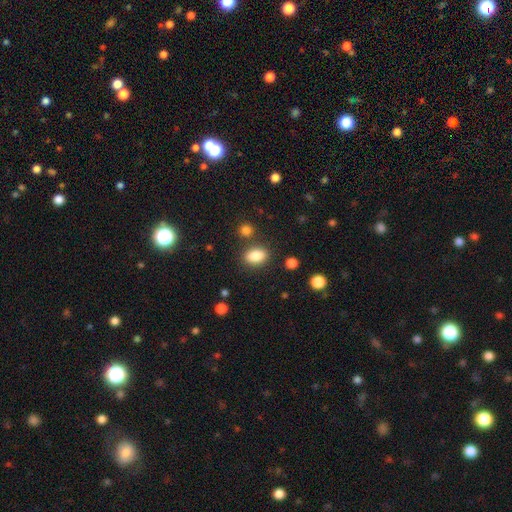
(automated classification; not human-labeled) This is clearly a smooth galaxy (86%). How rounded: clearly in between (84%). Merging: likely none (79%).